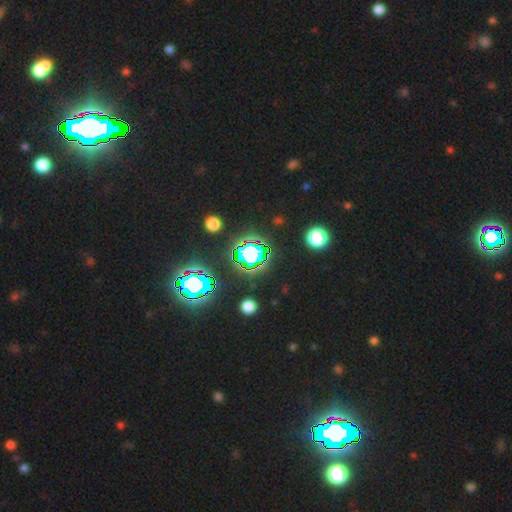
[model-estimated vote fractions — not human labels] This is likely a star or artifact rather than a galaxy (66%).